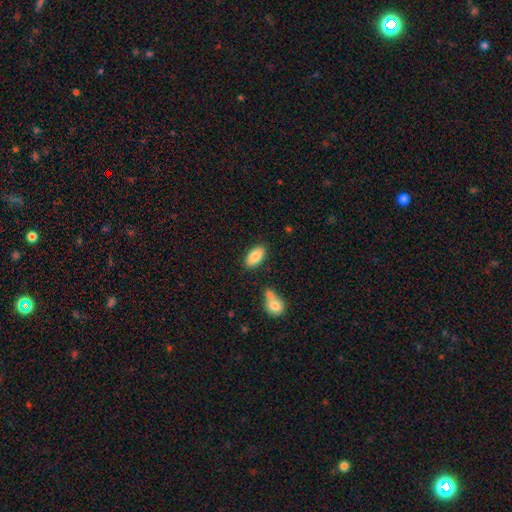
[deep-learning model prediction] A smooth galaxy with no disk features (86%) that is in between round and cigar-shaped (92%). Merging: none (82%).